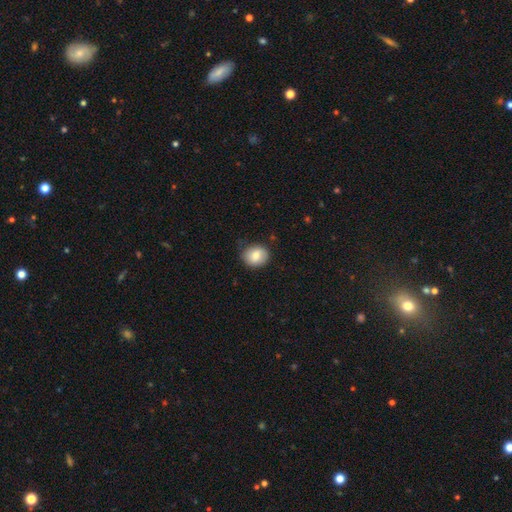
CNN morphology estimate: A smooth galaxy with no disk features (79%) that is round (66%).

Vote fractions:
- Smooth or featured? smooth: 79% / featured or disk: 13% / star or artifact: 8%
- How rounded? round: 66% / in between: 33% / cigar-shaped: 1%
- Merging? none: 75% / minor disturbance: 20% / major disturbance: 4% / merger: 1%